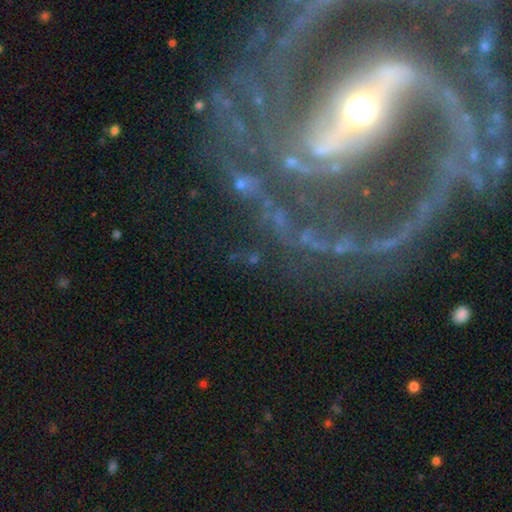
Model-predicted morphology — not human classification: Smooth or featured? featured or disk (66%)
Edge-on disk? no (93%)
Bar? no (38%)
Spiral arms? yes (86%)
Spiral winding? tight (50%)
Spiral arm count? 2 (29%)
Bulge size? small (54%)
Merging? none (63%)